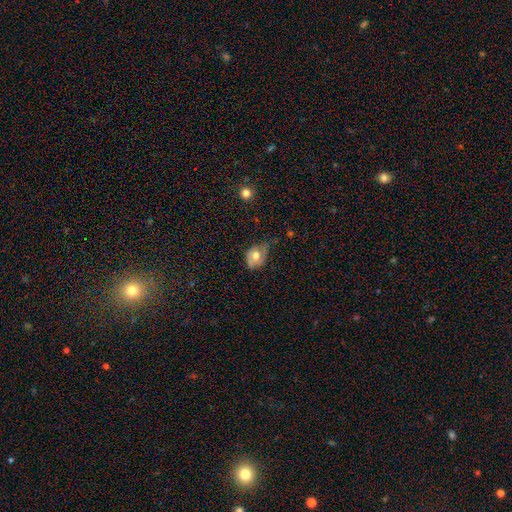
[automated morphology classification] A smooth galaxy with no disk features (69%) that is in between round and cigar-shaped (64%).

Vote fractions:
- Smooth or featured? smooth: 69% / featured or disk: 22% / star or artifact: 9%
- How rounded? in between: 64% / round: 35% / cigar-shaped: 1%
- Merging? minor disturbance: 45% / none: 38% / major disturbance: 15% / merger: 3%